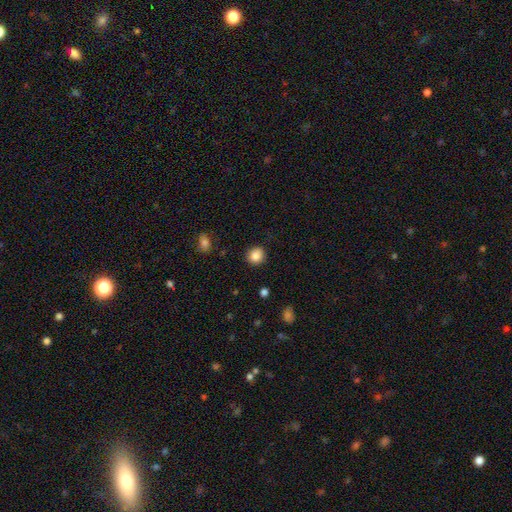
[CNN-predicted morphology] Smooth or featured? smooth (87%)
How rounded? round (88%)
Merging? none (89%)